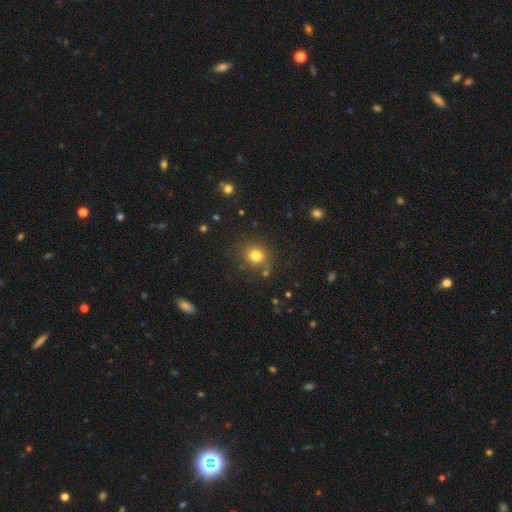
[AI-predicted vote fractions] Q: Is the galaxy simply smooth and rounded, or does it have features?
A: smooth — 78%.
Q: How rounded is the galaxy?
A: round — 85%.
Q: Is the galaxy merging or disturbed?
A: none — 78%.